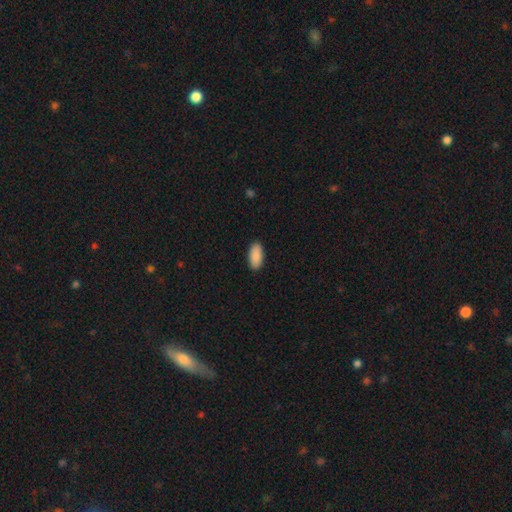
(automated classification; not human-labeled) smooth-or-featured: smooth: 91% | star or artifact: 6% | featured or disk: 3%
  how-rounded: in between: 92% | cigar-shaped: 6% | round: 2%
  merging: none: 91% | minor disturbance: 7% | major disturbance: 2% | merger: 1%